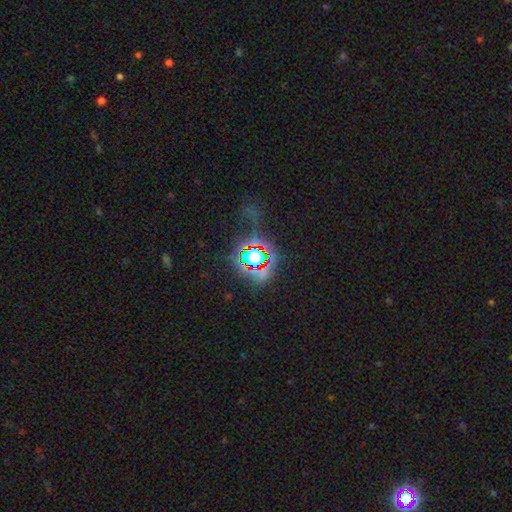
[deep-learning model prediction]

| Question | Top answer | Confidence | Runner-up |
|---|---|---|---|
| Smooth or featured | star or artifact | 76% | smooth (15%) |